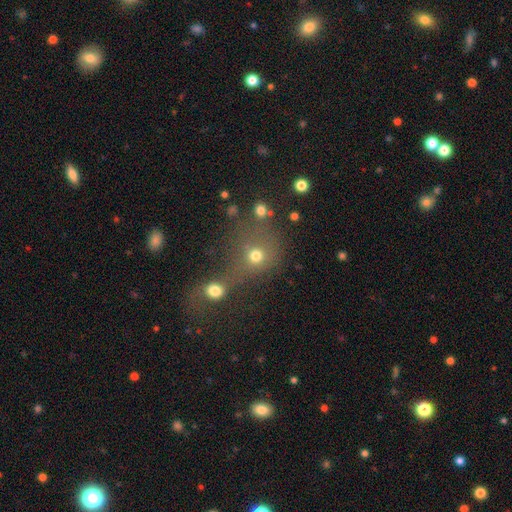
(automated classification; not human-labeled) smooth 71%, star or artifact 18%, featured or disk 11%. Down the decision tree: how rounded — round (81%); merging — merger (49%).